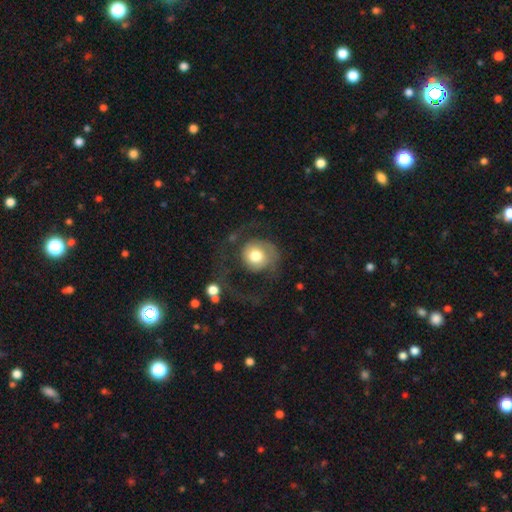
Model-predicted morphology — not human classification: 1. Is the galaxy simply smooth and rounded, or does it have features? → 52% smooth, 40% featured or disk, 8% star or artifact.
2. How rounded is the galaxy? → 87% round, 12% in between, 1% cigar-shaped.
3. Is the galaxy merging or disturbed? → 46% major disturbance, 36% none, 14% minor disturbance, 4% merger.